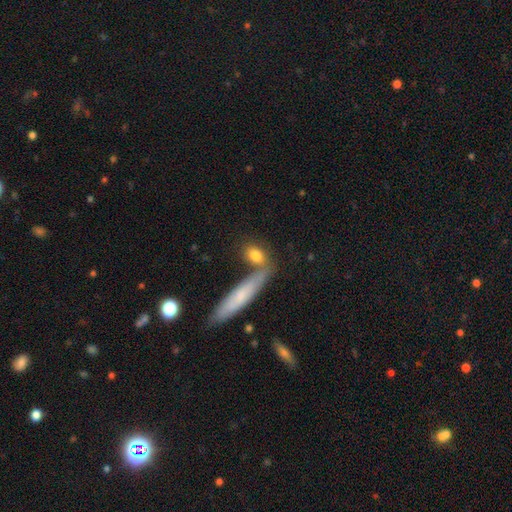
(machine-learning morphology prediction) This appears to be a smooth galaxy with no disk features (79%) that is in between round and cigar-shaped (58%). Merging: none (60%).